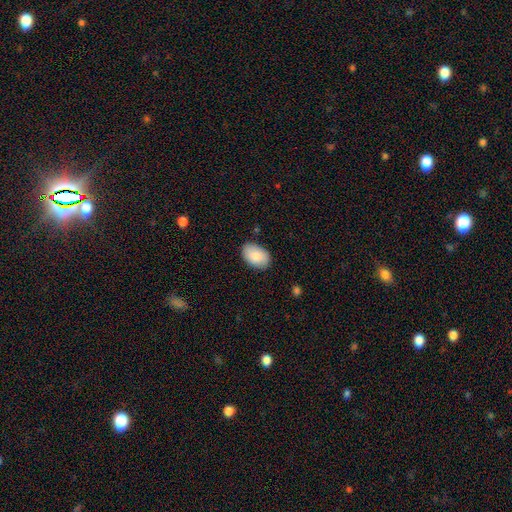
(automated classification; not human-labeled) Q: Smooth or featured?
A: smooth (87%); runner-up: featured or disk (7%)
Q: How rounded?
A: in between (88%); runner-up: round (11%)
Q: Merging?
A: none (84%); runner-up: minor disturbance (13%)